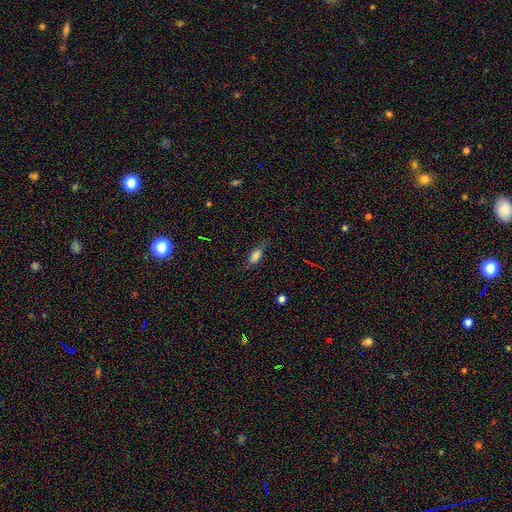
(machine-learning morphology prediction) smooth-or-featured: smooth: 74% | featured or disk: 15% | star or artifact: 11%
  how-rounded: in between: 80% | cigar-shaped: 16% | round: 4%
  merging: none: 69% | minor disturbance: 22% | major disturbance: 7% | merger: 1%